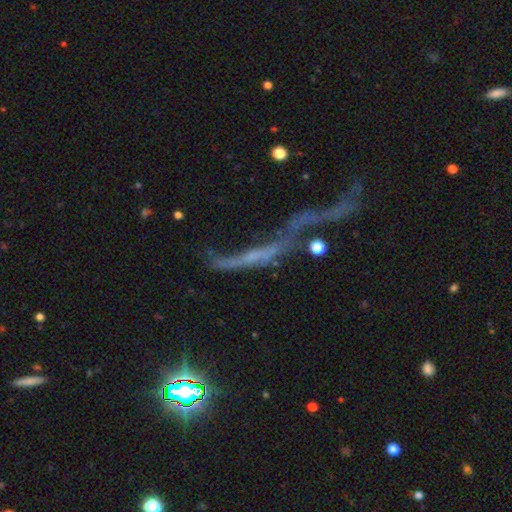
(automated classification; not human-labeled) Smooth or featured? featured or disk (50%)
Merging? major disturbance (43%)